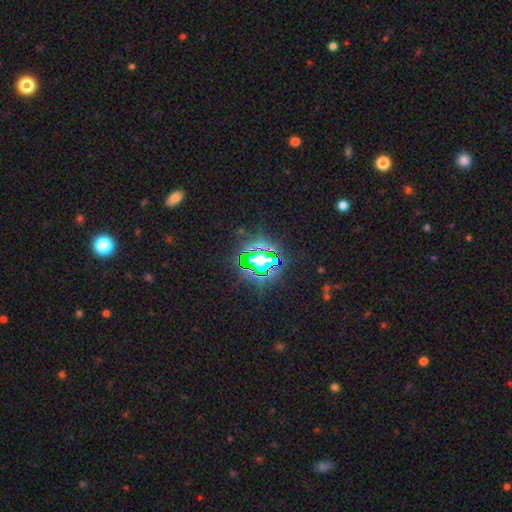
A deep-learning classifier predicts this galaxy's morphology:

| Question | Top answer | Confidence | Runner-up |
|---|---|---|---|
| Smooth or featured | star or artifact | 78% | smooth (13%) |